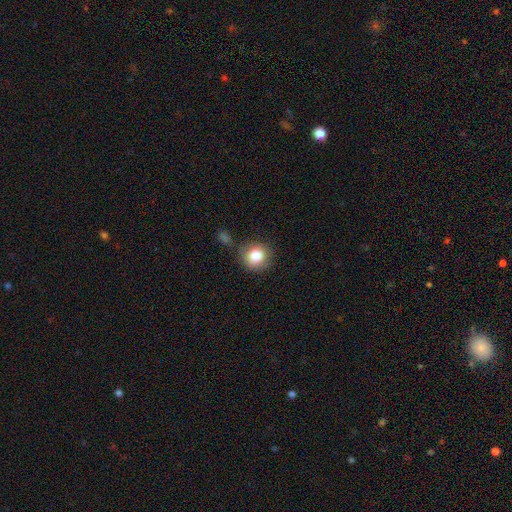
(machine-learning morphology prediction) Q: Smooth or featured?
A: smooth (82%); runner-up: star or artifact (10%)
Q: How rounded?
A: round (90%); runner-up: in between (9%)
Q: Merging?
A: none (79%); runner-up: minor disturbance (13%)